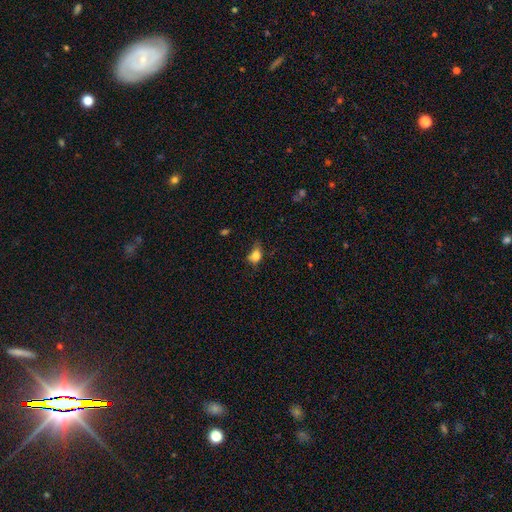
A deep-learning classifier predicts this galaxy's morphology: smooth_or_featured: smooth (p=0.77) [alt: featured or disk p=0.12]
how_rounded: in between (p=0.69) [alt: round p=0.29]
merging: none (p=0.41) [alt: minor disturbance p=0.37]